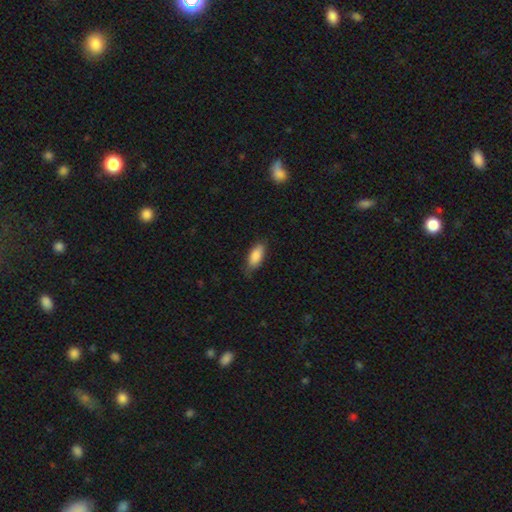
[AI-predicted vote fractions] Morphology: type=smooth (87%); roundness=in between (83%); merging=none (73%).